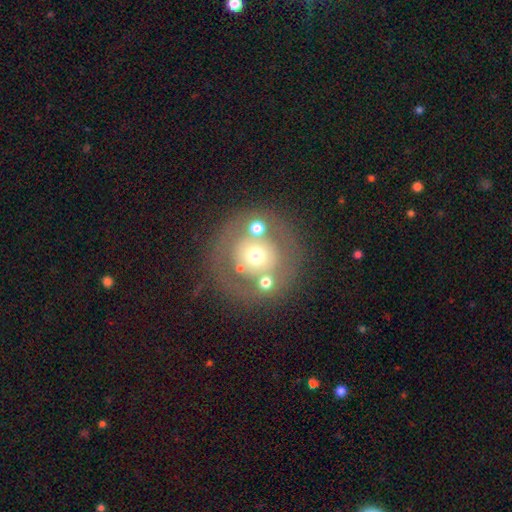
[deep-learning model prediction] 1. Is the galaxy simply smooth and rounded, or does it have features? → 47% smooth, 41% featured or disk, 12% star or artifact.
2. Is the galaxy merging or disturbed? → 70% none, 12% minor disturbance, 10% merger, 8% major disturbance.